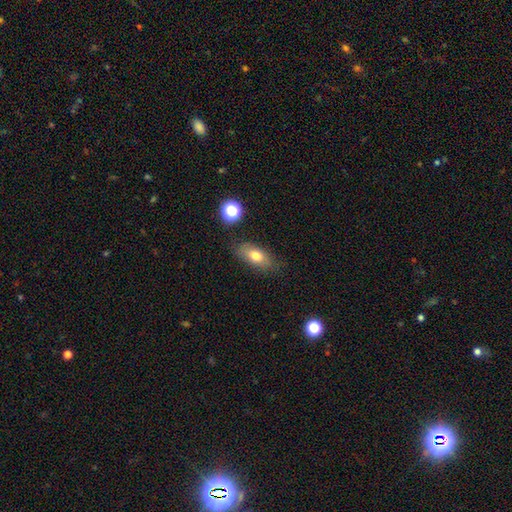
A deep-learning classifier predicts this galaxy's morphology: Overall: smooth (73%). How rounded: in between (82%). Merging: none (79%).